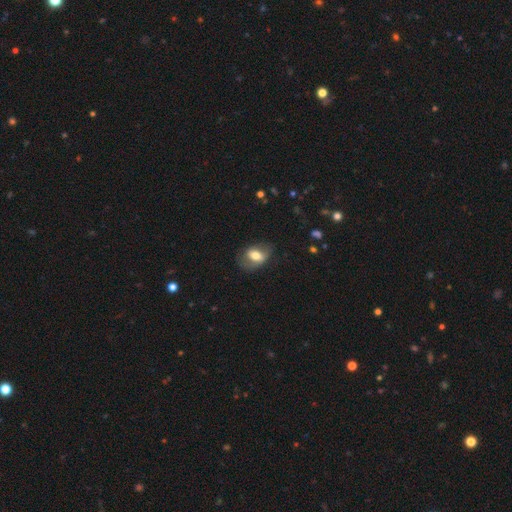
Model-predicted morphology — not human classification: smooth-or-featured: smooth: 61% | featured or disk: 31% | star or artifact: 8%
  how-rounded: in between: 78% | round: 20% | cigar-shaped: 2%
  merging: none: 59% | minor disturbance: 25% | major disturbance: 15% | merger: 2%